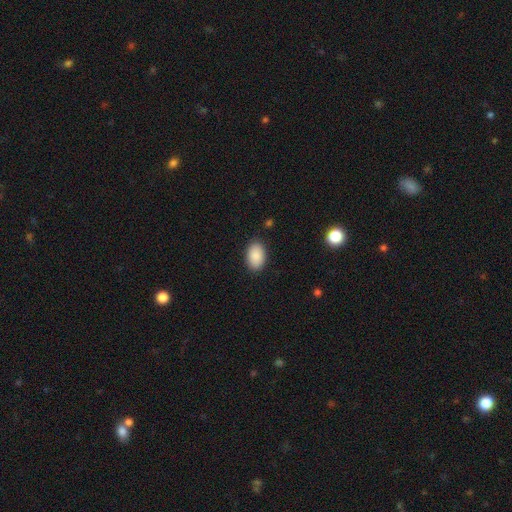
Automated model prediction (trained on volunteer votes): smooth-or-featured: smooth: 89% | star or artifact: 7% | featured or disk: 4%
  how-rounded: in between: 92% | round: 7% | cigar-shaped: 1%
  merging: none: 88% | minor disturbance: 9% | major disturbance: 2% | merger: 1%